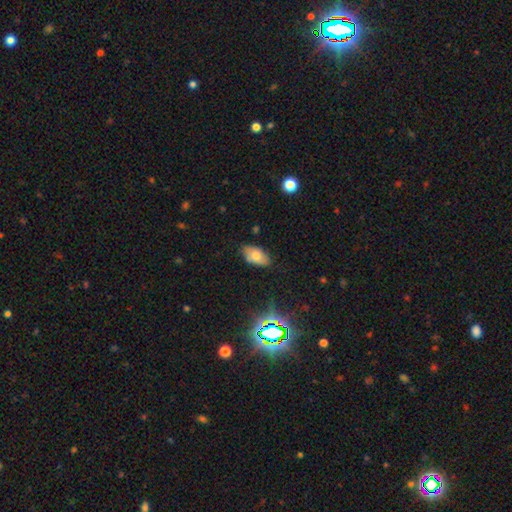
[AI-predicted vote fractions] Morphology: type=smooth (69%); roundness=in between (93%); merging=none (76%).